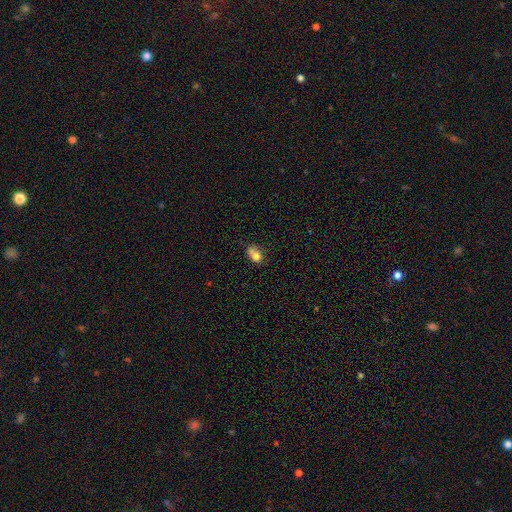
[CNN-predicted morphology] Smooth or featured?
  - smooth: 74% *
  - featured or disk: 14%
  - star or artifact: 11%
How rounded?
  - in between: 50% *
  - round: 49%
  - cigar-shaped: 1%
Merging?
  - merger: 38% *
  - none: 34%
  - minor disturbance: 19%
  - major disturbance: 9%